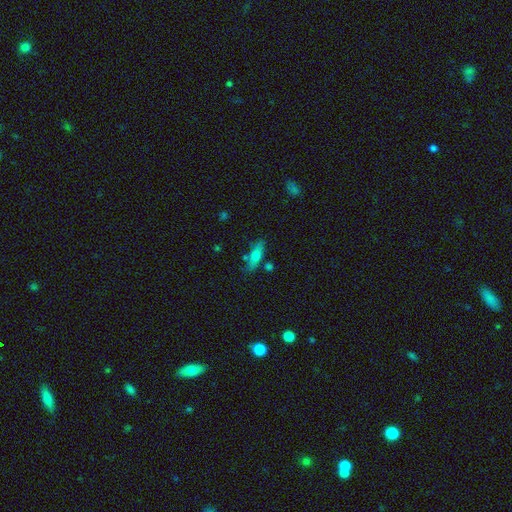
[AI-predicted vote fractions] A smooth galaxy with no disk features (60%) that is cigar-shaped (51%).

Vote fractions:
- Smooth or featured? smooth: 60% / featured or disk: 31% / star or artifact: 8%
- How rounded? cigar-shaped: 51% / in between: 45% / round: 3%
- Merging? none: 70% / minor disturbance: 17% / merger: 9% / major disturbance: 5%